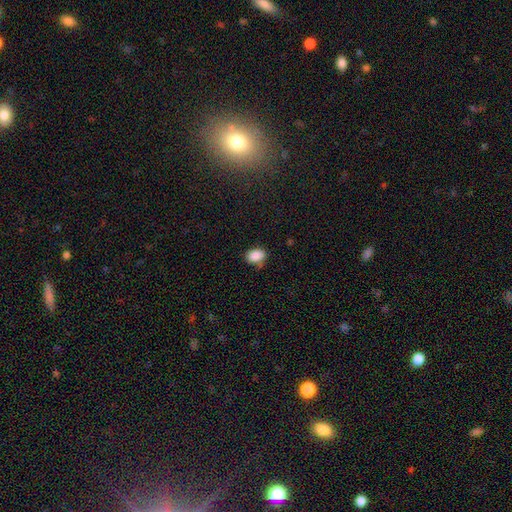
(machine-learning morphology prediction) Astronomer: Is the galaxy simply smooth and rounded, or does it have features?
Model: smooth — 88%.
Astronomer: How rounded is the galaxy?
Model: in between — 80%.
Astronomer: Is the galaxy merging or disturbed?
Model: none — 67%.